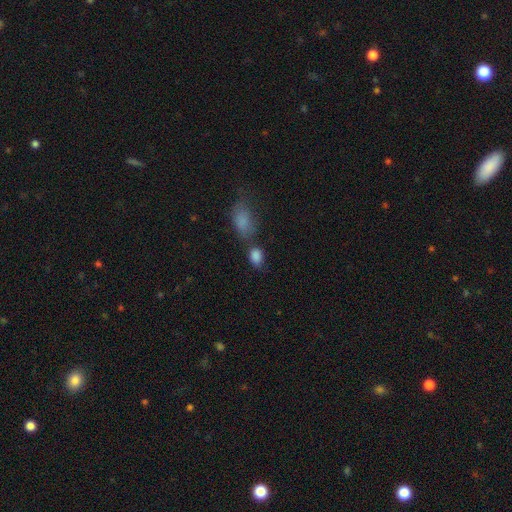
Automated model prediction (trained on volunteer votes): smooth_or_featured: smooth (p=0.85) [alt: star or artifact p=0.10]
how_rounded: in between (p=0.81) [alt: round p=0.17]
merging: none (p=0.55) [alt: merger p=0.23]